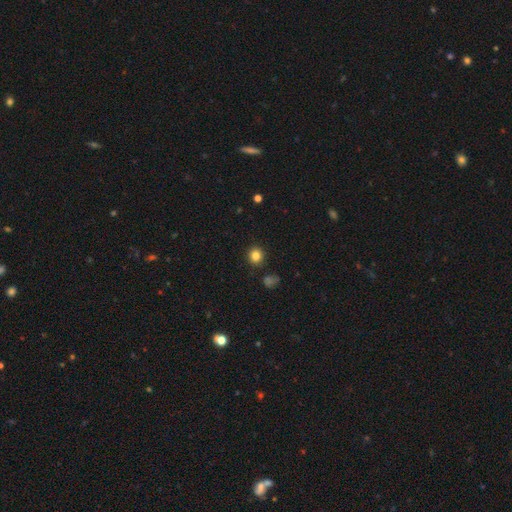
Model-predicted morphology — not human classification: Smooth or featured?
  - smooth: 83% *
  - star or artifact: 12%
  - featured or disk: 5%
How rounded?
  - round: 89% *
  - in between: 10%
  - cigar-shaped: 1%
Merging?
  - none: 90% *
  - minor disturbance: 6%
  - major disturbance: 2%
  - merger: 2%